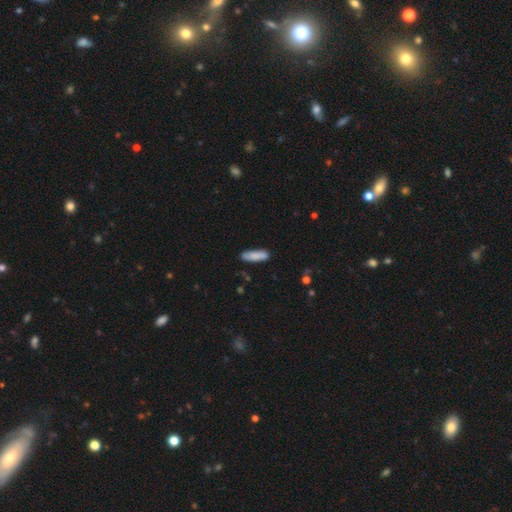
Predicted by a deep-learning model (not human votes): This appears to be a smooth galaxy with no disk features (84%) that is cigar-shaped (53%). Merging: none (83%).